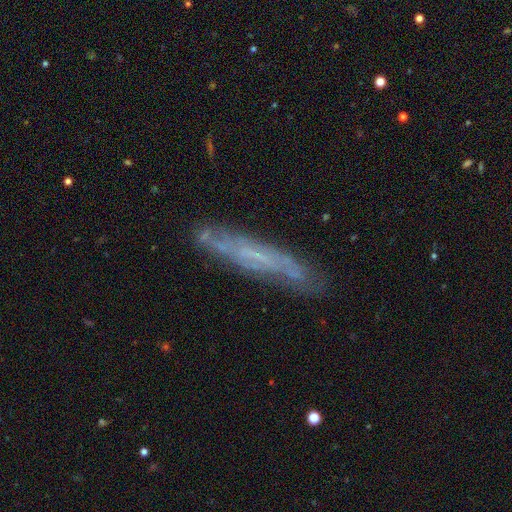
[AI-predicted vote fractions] Smooth or featured? featured or disk (58%)
Edge-on disk? yes (65%)
Merging? none (77%)